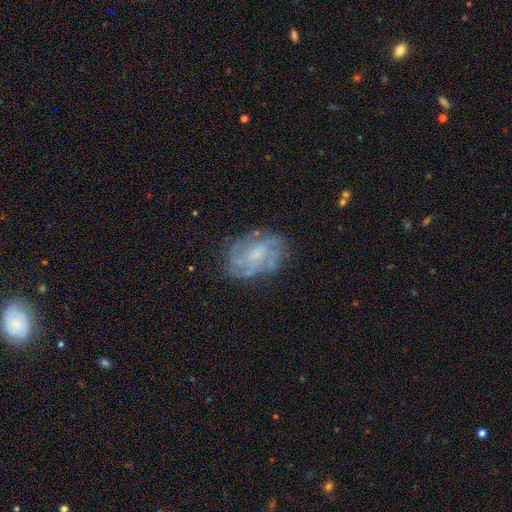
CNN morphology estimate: The model was most divided on "spiral winding": tight: 47%, medium: 38%, loose: 15%. Remaining: edge-on disk — no (97%); spiral arms — yes (85%); smooth or featured — featured or disk (74%); merging — none (72%); bar — no (61%); bulge size — small (46%); spiral arm count — can't tell (42%).